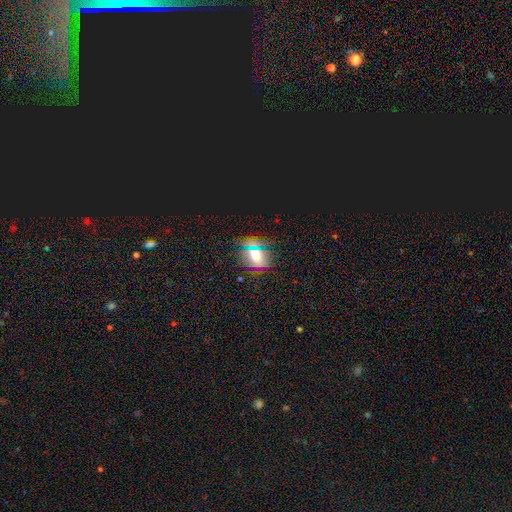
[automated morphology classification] This appears to be a smooth galaxy with no disk features (56%) that is round (59%). Merging: none (79%).